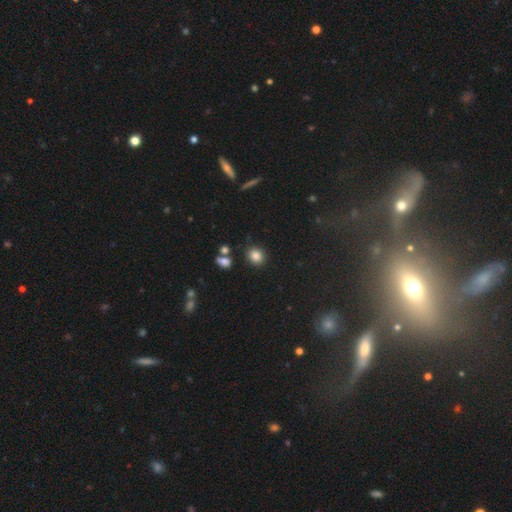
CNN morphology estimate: A smooth galaxy with no disk features (84%) that is round (71%). Merging: none (84%).